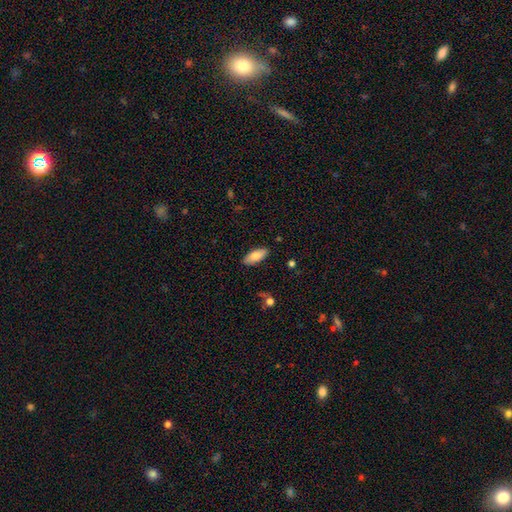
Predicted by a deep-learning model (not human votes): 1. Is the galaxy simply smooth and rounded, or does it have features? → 80% smooth, 13% featured or disk, 6% star or artifact.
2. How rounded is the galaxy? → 83% in between, 16% cigar-shaped, 2% round.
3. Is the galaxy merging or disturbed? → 86% none, 11% minor disturbance, 2% major disturbance, 1% merger.